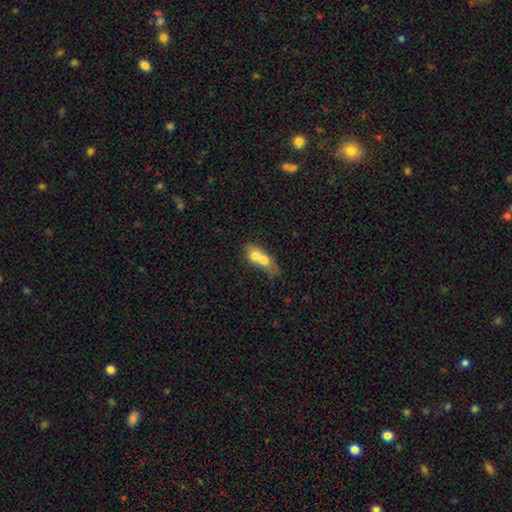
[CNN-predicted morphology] A smooth galaxy with no disk features (62%) that is in between round and cigar-shaped (56%).

Vote fractions:
- Smooth or featured? smooth: 62% / featured or disk: 30% / star or artifact: 8%
- How rounded? in between: 56% / round: 33% / cigar-shaped: 11%
- Merging? merger: 75% / none: 14% / minor disturbance: 6% / major disturbance: 4%